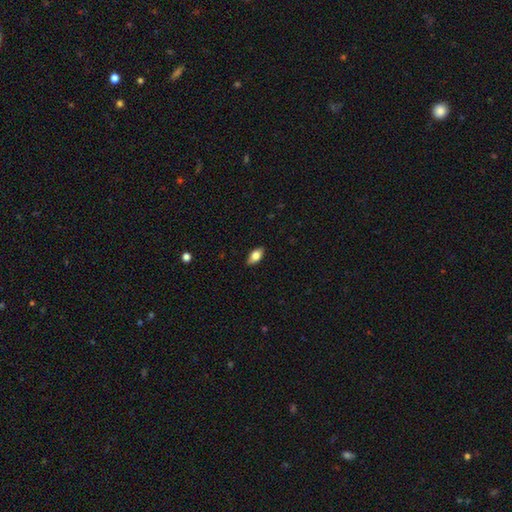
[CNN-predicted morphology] Smooth or featured?
  - smooth: 76% *
  - featured or disk: 17%
  - star or artifact: 7%
How rounded?
  - in between: 89% *
  - cigar-shaped: 7%
  - round: 4%
Merging?
  - none: 88% *
  - minor disturbance: 9%
  - major disturbance: 2%
  - merger: 1%